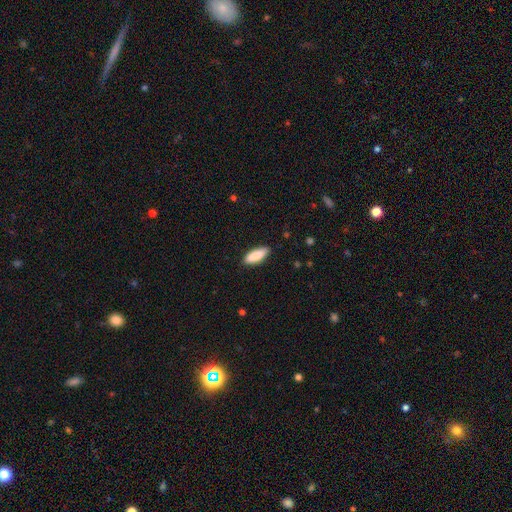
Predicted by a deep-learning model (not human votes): Overall: smooth (87%). How rounded: in between (65%; cigar-shaped 33%). Merging: none (87%).